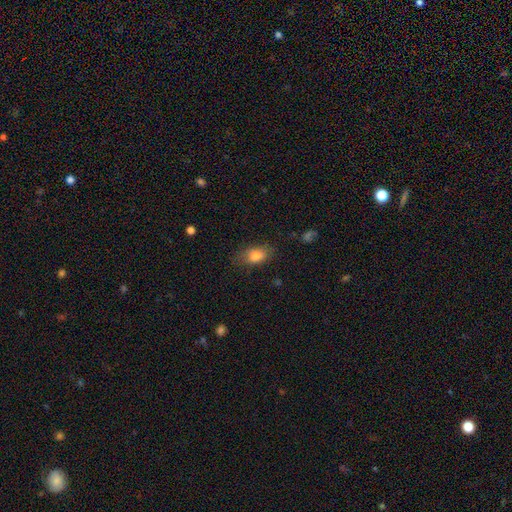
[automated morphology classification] smooth 81%, featured or disk 10%, star or artifact 9%. Down the decision tree: how rounded — in between (84%); merging — none (74%).